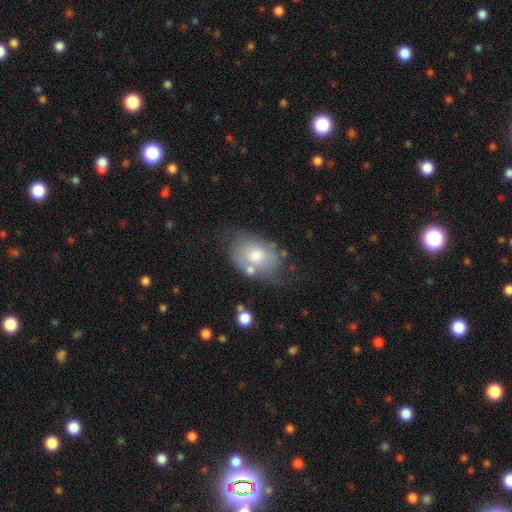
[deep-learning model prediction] Smooth or featured? Predicted: smooth (p=0.63). How rounded? Predicted: in between (p=0.81). Merging? Predicted: none (p=0.54).